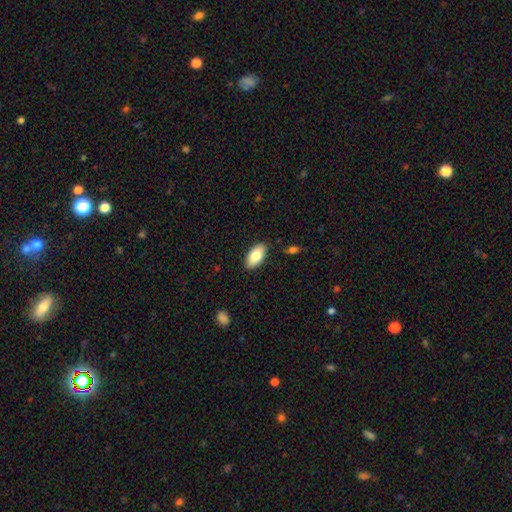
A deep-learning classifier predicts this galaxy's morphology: This is clearly a smooth galaxy (81%). How rounded: clearly in between (93%). Merging: clearly none (88%).